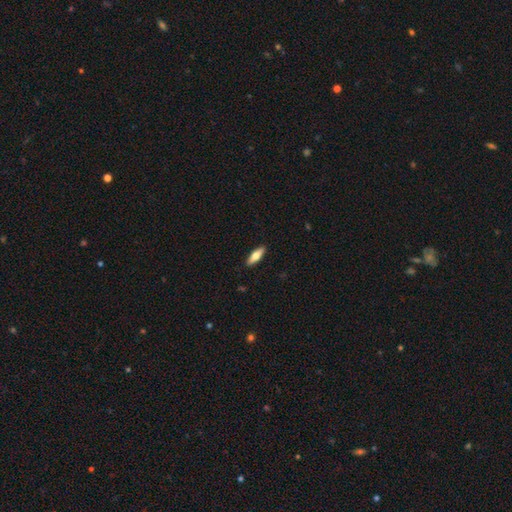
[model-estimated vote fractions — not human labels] Smooth or featured?
  - smooth: 63% *
  - featured or disk: 32%
  - star or artifact: 6%
How rounded?
  - cigar-shaped: 50% *
  - in between: 48%
  - round: 2%
Merging?
  - none: 90% *
  - minor disturbance: 7%
  - major disturbance: 2%
  - merger: 1%